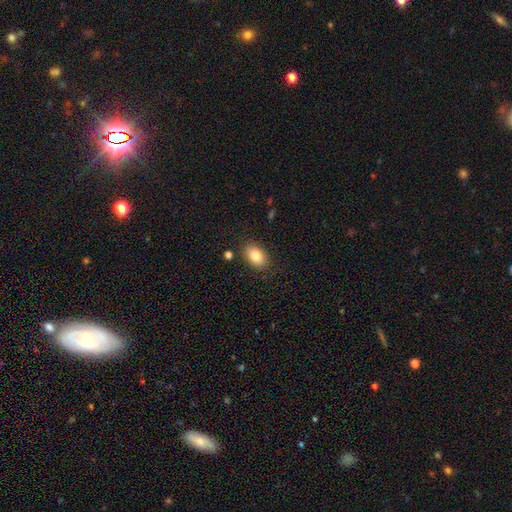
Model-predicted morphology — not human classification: smooth-or-featured: smooth: 84% | featured or disk: 9% | star or artifact: 8%
  how-rounded: in between: 89% | round: 10% | cigar-shaped: 2%
  merging: none: 86% | minor disturbance: 10% | major disturbance: 3% | merger: 2%